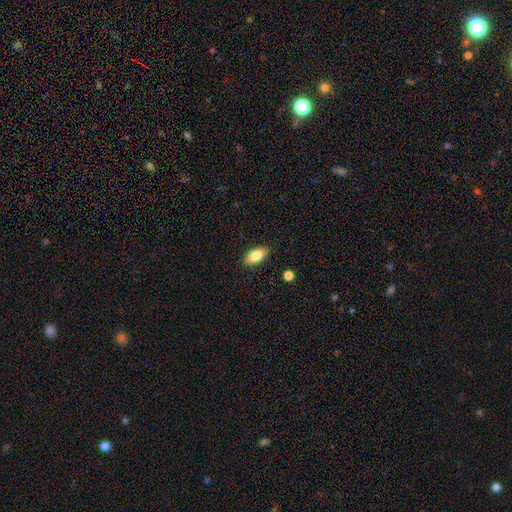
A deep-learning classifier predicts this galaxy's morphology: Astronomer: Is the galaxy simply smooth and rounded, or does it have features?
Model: smooth — 80%.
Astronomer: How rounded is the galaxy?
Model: in between — 90%.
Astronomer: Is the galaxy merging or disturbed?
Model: none — 88%.